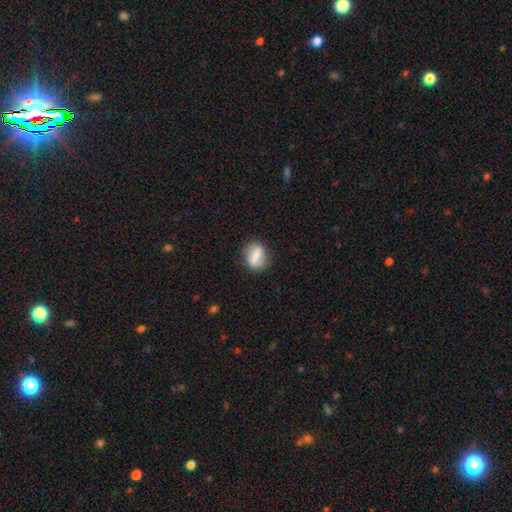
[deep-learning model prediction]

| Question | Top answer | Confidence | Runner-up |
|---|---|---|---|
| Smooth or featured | smooth | 55% | featured or disk (37%) |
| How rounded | in between | 52% | round (43%) |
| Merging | none | 82% | minor disturbance (13%) |